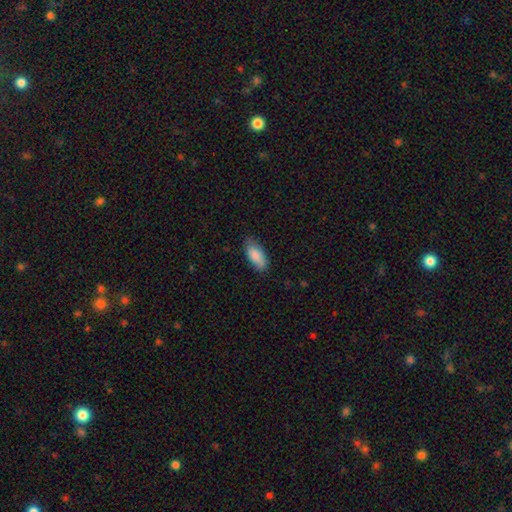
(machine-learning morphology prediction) Smooth or featured: smooth — 86% (featured or disk — 8%)
How rounded: in between — 87% (cigar-shaped — 11%)
Merging: none — 78% (minor disturbance — 18%)